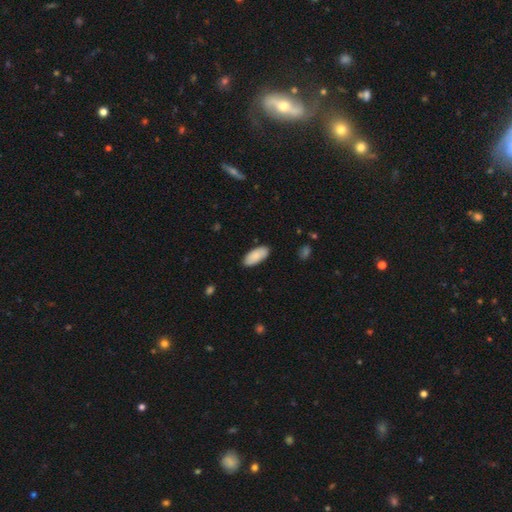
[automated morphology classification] This appears to be a smooth galaxy with no disk features (86%) that is in between round and cigar-shaped (88%). Merging: none (87%).